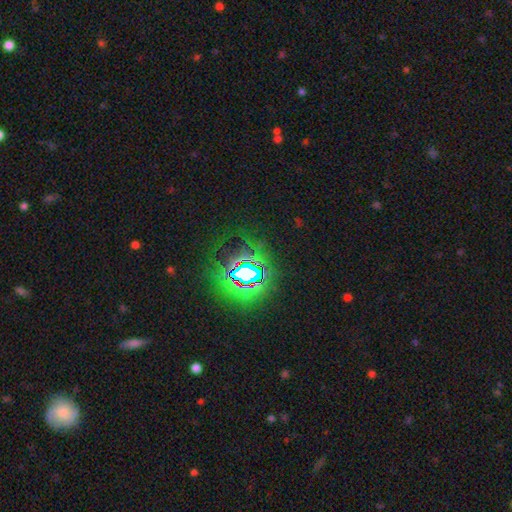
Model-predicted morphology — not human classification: smooth-or-featured: star or artifact: 79% | smooth: 12% | featured or disk: 9%